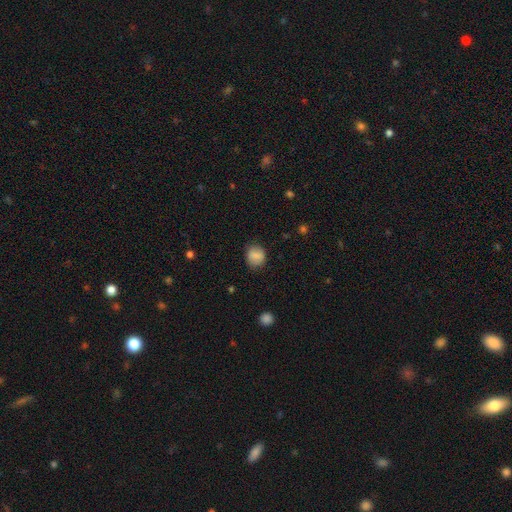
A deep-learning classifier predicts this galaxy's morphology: A smooth galaxy with no disk features (83%) that is round (73%). Merging: none (78%).